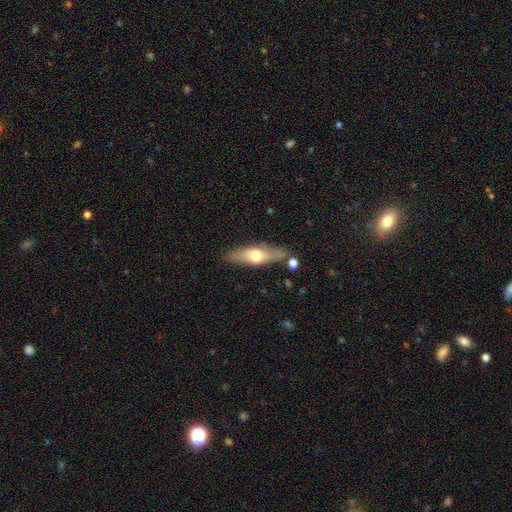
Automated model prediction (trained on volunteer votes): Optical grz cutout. It shows a smooth galaxy with no disk features (51%) that is cigar-shaped (54%). Merging: none (75%).